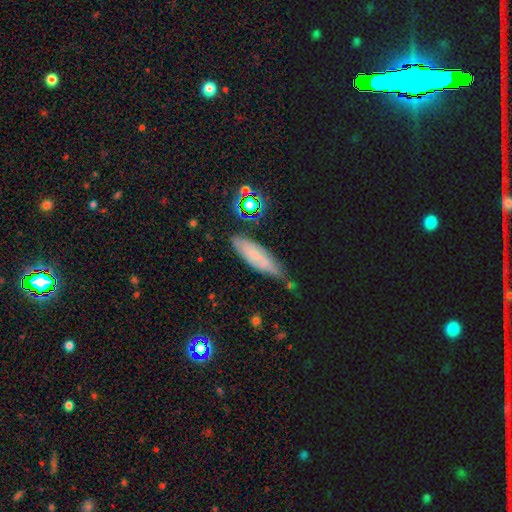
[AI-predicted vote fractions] This appears to be a smooth galaxy with no disk features (49%). Merging: none (58%).